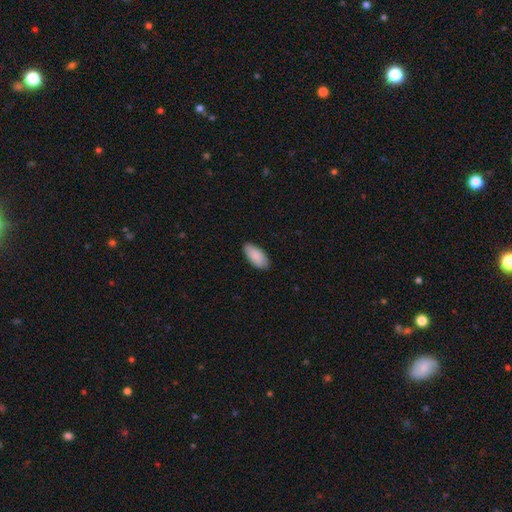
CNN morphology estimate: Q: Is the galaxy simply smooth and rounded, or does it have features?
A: smooth — 90%.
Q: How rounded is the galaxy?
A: in between — 92%.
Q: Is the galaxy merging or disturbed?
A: none — 85%.